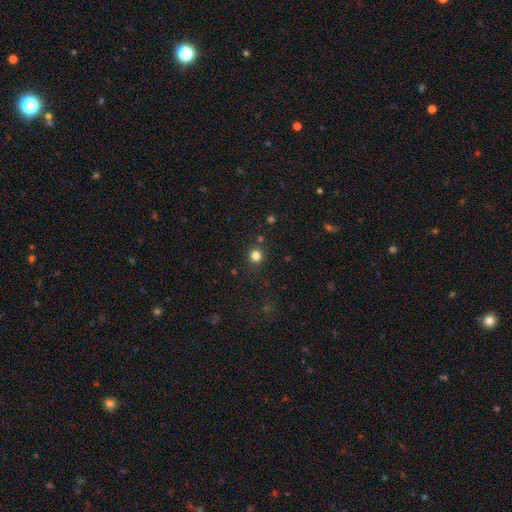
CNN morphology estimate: This is clearly a smooth galaxy (81%). How rounded: clearly round (90%). Merging: clearly none (86%).